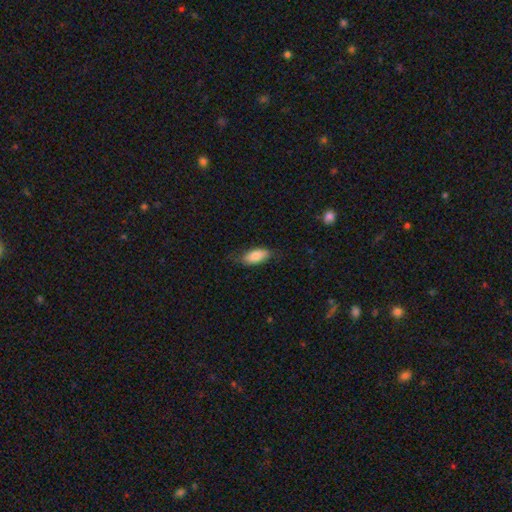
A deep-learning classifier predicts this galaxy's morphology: Smooth or featured?
  - smooth: 83% *
  - featured or disk: 11%
  - star or artifact: 6%
How rounded?
  - in between: 87% *
  - cigar-shaped: 11%
  - round: 2%
Merging?
  - none: 74% *
  - minor disturbance: 20%
  - major disturbance: 5%
  - merger: 1%